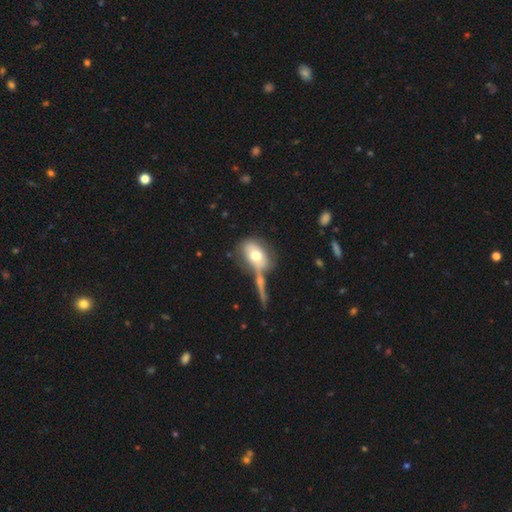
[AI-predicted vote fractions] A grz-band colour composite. It shows a smooth galaxy with no disk features (65%) that is in between round and cigar-shaped (74%). Merging: none (38%).